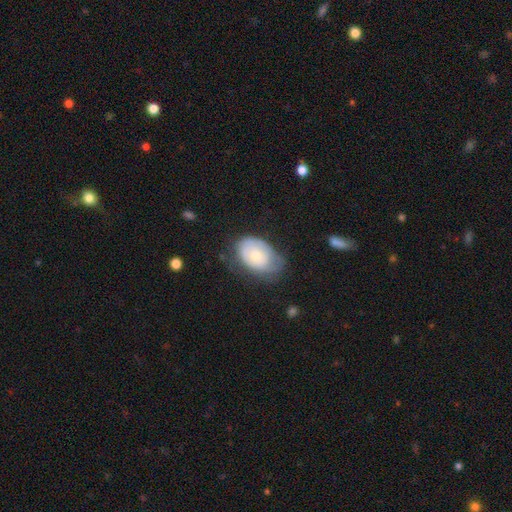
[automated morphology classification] Smooth or featured? Predicted: smooth (p=0.60). How rounded? Predicted: in between (p=0.82). Merging? Predicted: none (p=0.43).